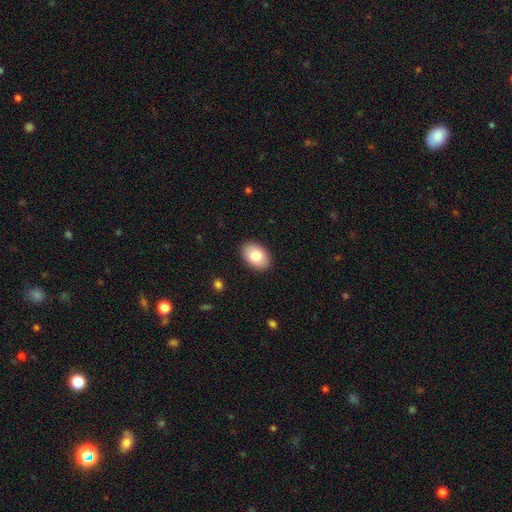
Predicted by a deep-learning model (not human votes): Smooth or featured: smooth — 81% (featured or disk — 13%)
How rounded: in between — 88% (round — 11%)
Merging: none — 90% (minor disturbance — 7%)